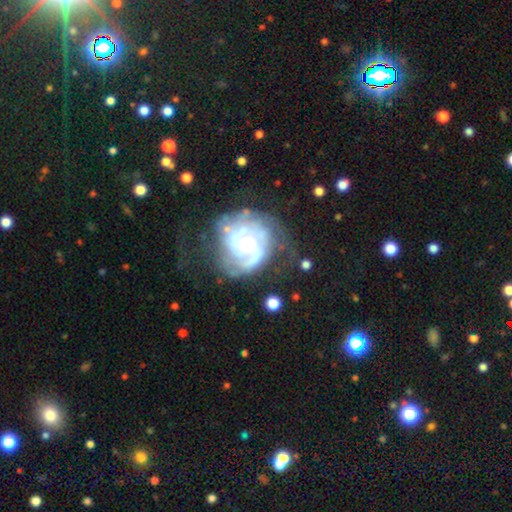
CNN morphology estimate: featured or disk 86%, smooth 9%, star or artifact 5%. Down the decision tree: edge-on disk — no (98%); bar — no (68%); spiral arms — yes (91%); spiral arm count — 2 (47%); spiral winding — tight (59%); bulge size — moderate (68%); merging — none (56%).